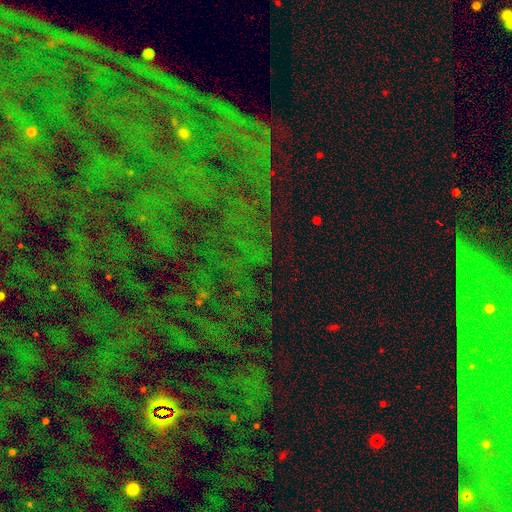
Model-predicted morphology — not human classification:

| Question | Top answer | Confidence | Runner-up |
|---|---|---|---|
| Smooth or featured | star or artifact | 76% | smooth (12%) |